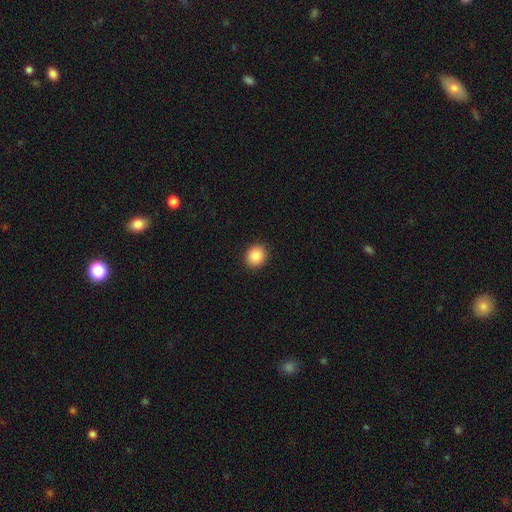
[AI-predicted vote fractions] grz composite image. It shows a smooth galaxy with no disk features (87%) that is round (76%). Merging: none (91%).